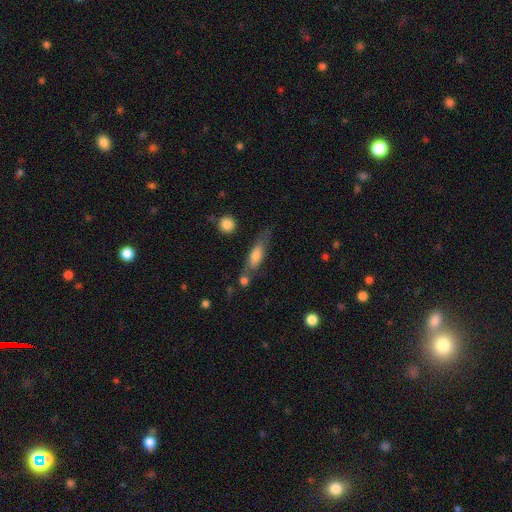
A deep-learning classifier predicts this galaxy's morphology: Q: Smooth or featured?
A: smooth (64%); runner-up: featured or disk (29%)
Q: How rounded?
A: cigar-shaped (52%); runner-up: in between (45%)
Q: Merging?
A: none (54%); runner-up: minor disturbance (23%)